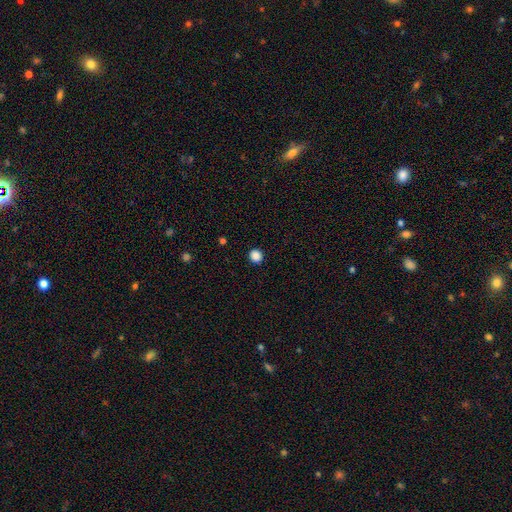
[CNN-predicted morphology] Smooth or featured?
  - smooth: 87% *
  - star or artifact: 10%
  - featured or disk: 3%
How rounded?
  - round: 85% *
  - in between: 14%
  - cigar-shaped: 1%
Merging?
  - none: 92% *
  - minor disturbance: 5%
  - major disturbance: 2%
  - merger: 1%